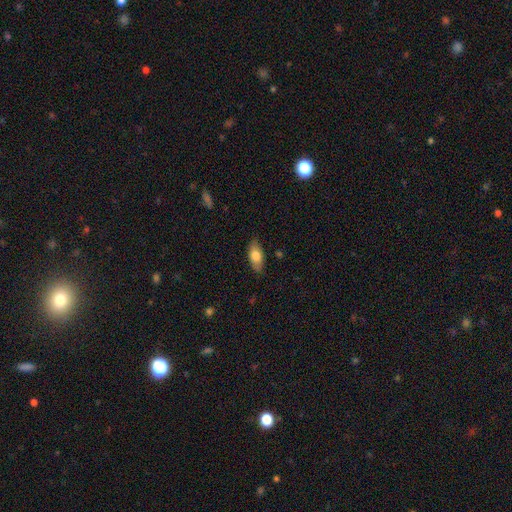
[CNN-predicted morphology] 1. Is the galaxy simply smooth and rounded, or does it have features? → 75% smooth, 19% featured or disk, 6% star or artifact.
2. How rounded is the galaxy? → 86% in between, 10% cigar-shaped, 3% round.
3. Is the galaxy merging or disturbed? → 84% none, 13% minor disturbance, 2% major disturbance, 1% merger.